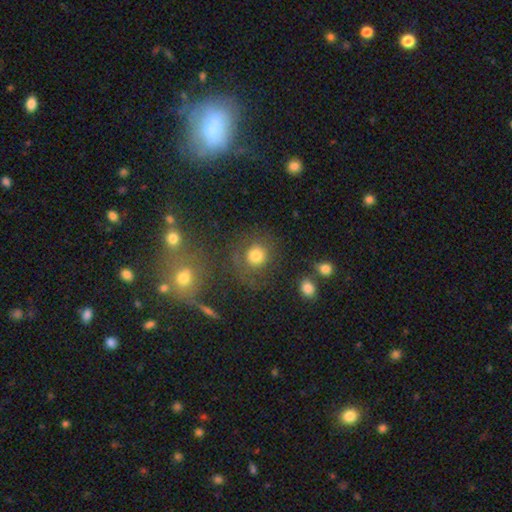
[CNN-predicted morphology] Smooth or featured? smooth (72%)
How rounded? round (86%)
Merging? none (70%)